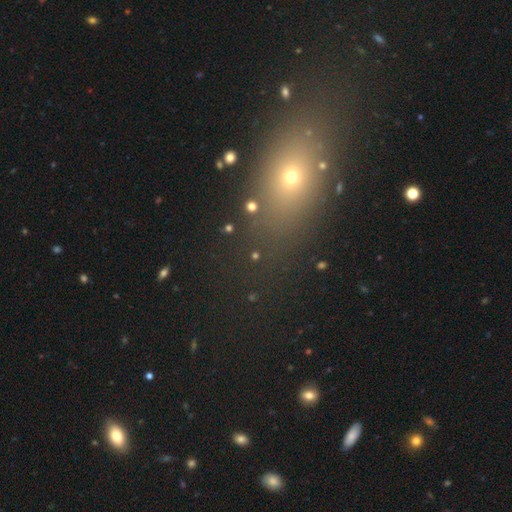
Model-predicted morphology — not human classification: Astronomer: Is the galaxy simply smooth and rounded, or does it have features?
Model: smooth — 46% (runner-up: star or artifact, 42%).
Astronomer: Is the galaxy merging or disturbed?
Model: none — 77%.